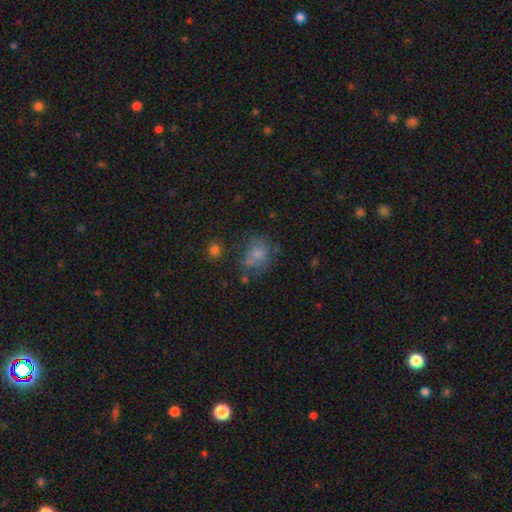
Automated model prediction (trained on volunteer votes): Overall: smooth (69%). How rounded: round (53%; in between 46%). Merging: none (49%; minor disturbance 24%).